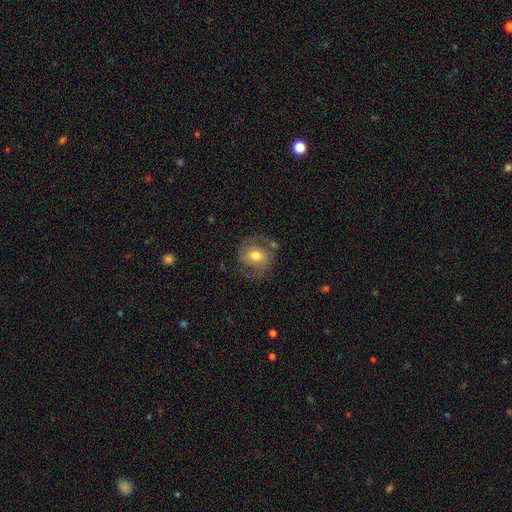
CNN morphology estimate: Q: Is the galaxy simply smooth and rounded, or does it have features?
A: featured or disk — 68%.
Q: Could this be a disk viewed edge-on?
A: no — 97%.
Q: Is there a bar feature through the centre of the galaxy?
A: no — 50%.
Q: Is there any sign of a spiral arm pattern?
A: yes — 86%.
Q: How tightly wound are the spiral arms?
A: medium — 50%.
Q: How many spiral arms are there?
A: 2 — 85%.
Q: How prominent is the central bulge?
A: moderate — 73%.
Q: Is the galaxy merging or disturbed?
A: none — 69%.